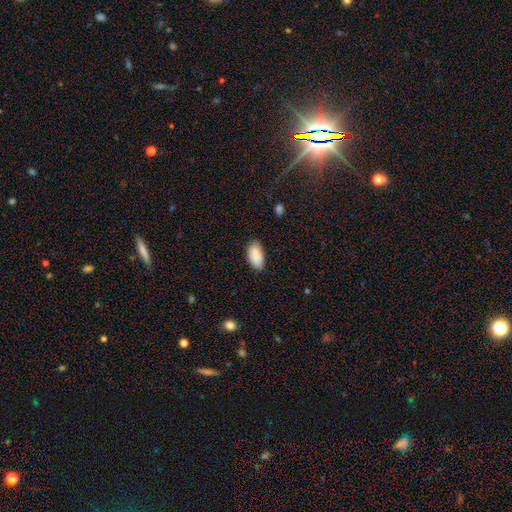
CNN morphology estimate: type=smooth (89%); roundness=in between (94%); merging=none (80%).